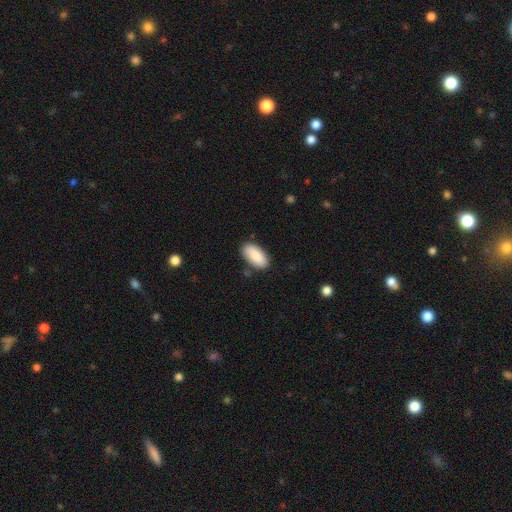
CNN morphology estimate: Overall: smooth (86%). How rounded: in between (92%). Merging: none (84%).